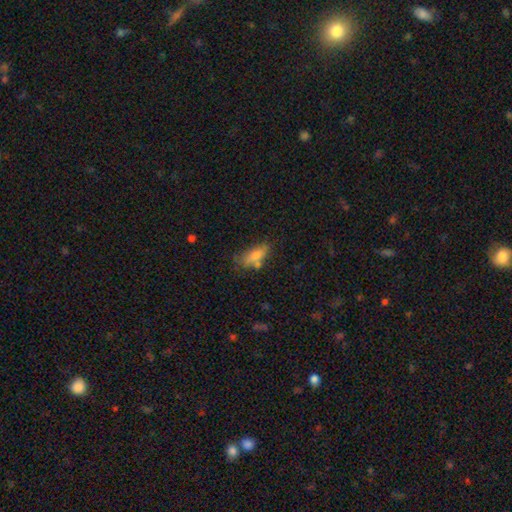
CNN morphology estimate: Smooth or featured: smooth — 67% (featured or disk — 22%)
How rounded: in between — 63% (cigar-shaped — 33%)
Merging: none — 58% (minor disturbance — 21%)